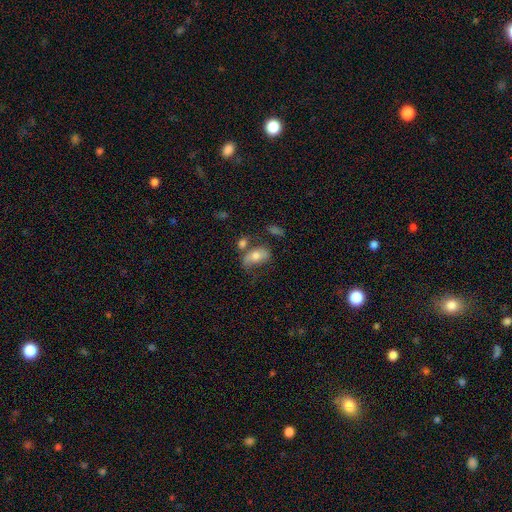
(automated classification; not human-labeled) Smooth or featured?
  - smooth: 62% *
  - featured or disk: 29%
  - star or artifact: 8%
How rounded?
  - in between: 88% *
  - round: 8%
  - cigar-shaped: 3%
Merging?
  - none: 38% *
  - minor disturbance: 23%
  - merger: 21%
  - major disturbance: 18%